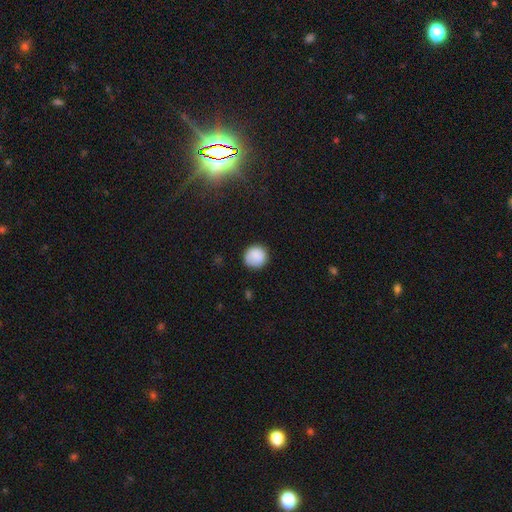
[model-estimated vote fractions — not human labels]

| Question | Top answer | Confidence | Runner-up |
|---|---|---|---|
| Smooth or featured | smooth | 87% | star or artifact (8%) |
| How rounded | round | 93% | in between (6%) |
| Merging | none | 86% | minor disturbance (11%) |